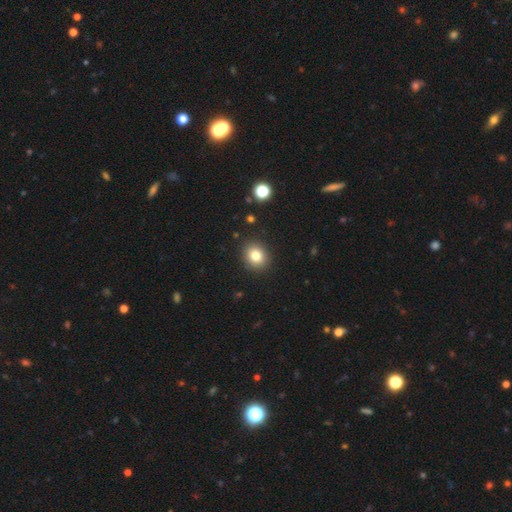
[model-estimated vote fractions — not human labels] smooth-or-featured: smooth: 81% | star or artifact: 12% | featured or disk: 8%
  how-rounded: round: 70% | in between: 29% | cigar-shaped: 1%
  merging: none: 90% | minor disturbance: 7% | major disturbance: 2% | merger: 1%